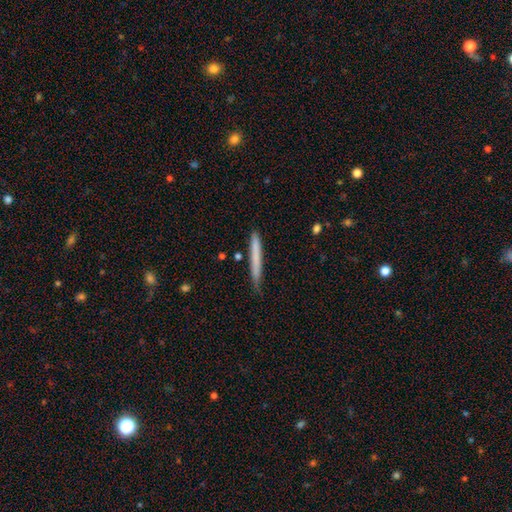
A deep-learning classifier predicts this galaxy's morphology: Smooth or featured? Predicted: smooth (p=0.69). How rounded? Predicted: cigar-shaped (p=0.97). Merging? Predicted: none (p=0.79).